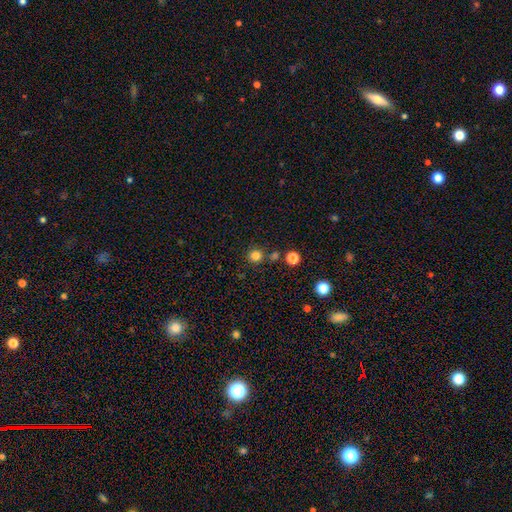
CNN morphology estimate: smooth-or-featured: smooth: 80% | star or artifact: 15% | featured or disk: 5%
  how-rounded: round: 92% | in between: 7% | cigar-shaped: 1%
  merging: none: 78% | merger: 11% | minor disturbance: 8% | major disturbance: 3%